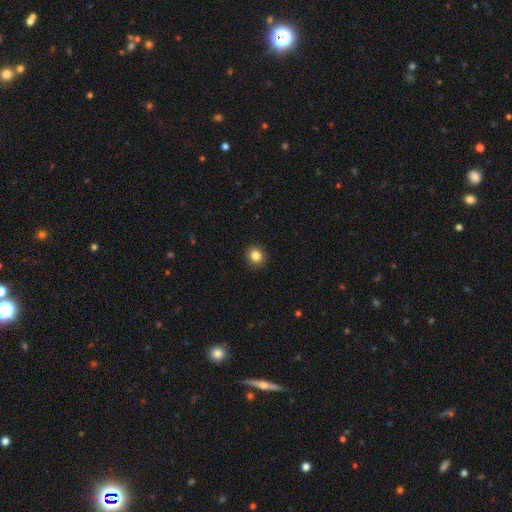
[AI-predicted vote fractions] Smooth or featured?
  - smooth: 85% *
  - star or artifact: 10%
  - featured or disk: 4%
How rounded?
  - round: 87% *
  - in between: 12%
  - cigar-shaped: 1%
Merging?
  - none: 92% *
  - minor disturbance: 5%
  - major disturbance: 2%
  - merger: 1%